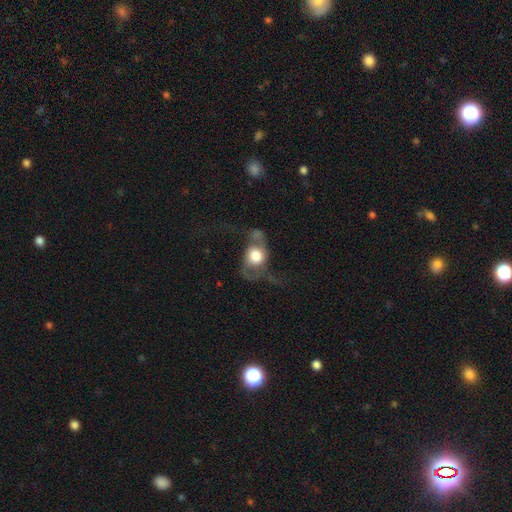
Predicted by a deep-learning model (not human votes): Smooth or featured? Predicted: featured or disk (p=0.50). Merging? Predicted: major disturbance (p=0.46).